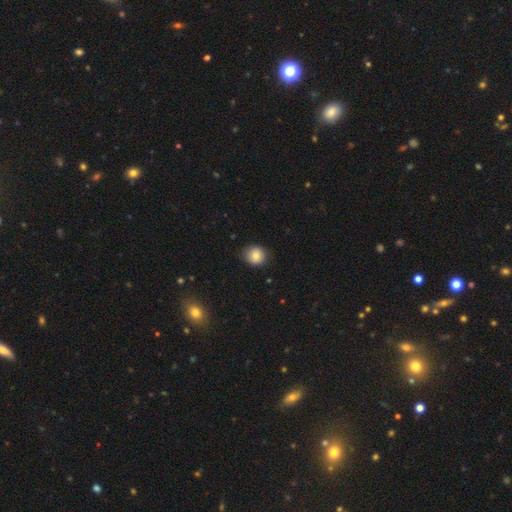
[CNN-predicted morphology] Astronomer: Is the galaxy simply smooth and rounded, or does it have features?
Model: smooth — 83%.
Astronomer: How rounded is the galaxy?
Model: round — 82%.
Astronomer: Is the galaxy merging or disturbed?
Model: none — 80%.